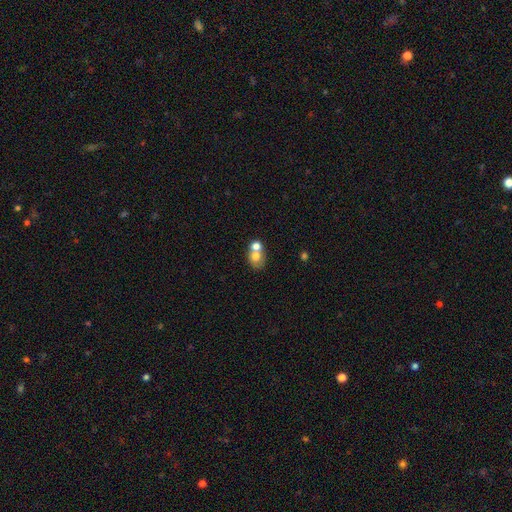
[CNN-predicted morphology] Smooth or featured? Predicted: smooth (p=0.69). How rounded? Predicted: round (p=0.55). Merging? Predicted: merger (p=0.59).